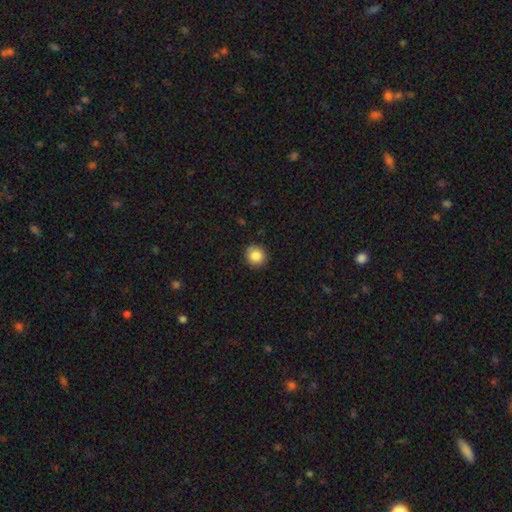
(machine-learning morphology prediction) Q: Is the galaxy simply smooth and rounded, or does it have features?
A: smooth — 86%.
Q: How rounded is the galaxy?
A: round — 91%.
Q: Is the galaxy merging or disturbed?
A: none — 89%.